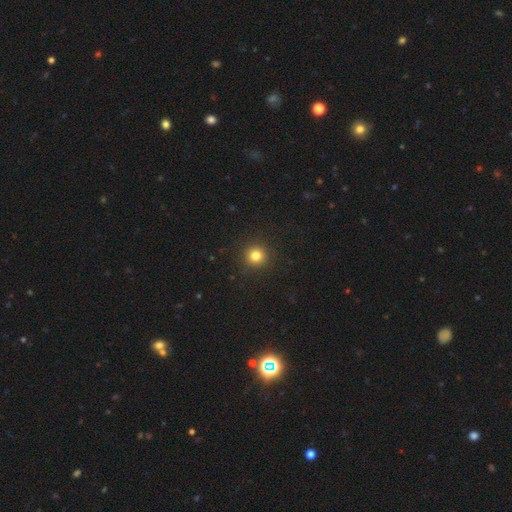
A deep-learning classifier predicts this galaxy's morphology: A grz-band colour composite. It shows a smooth galaxy with no disk features (81%) that is round (95%). Merging: none (92%).